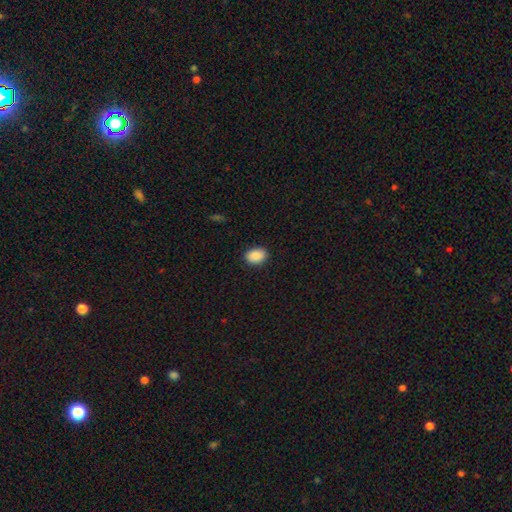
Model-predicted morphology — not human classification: Overall: smooth (90%). How rounded: in between (81%). Merging: none (89%).